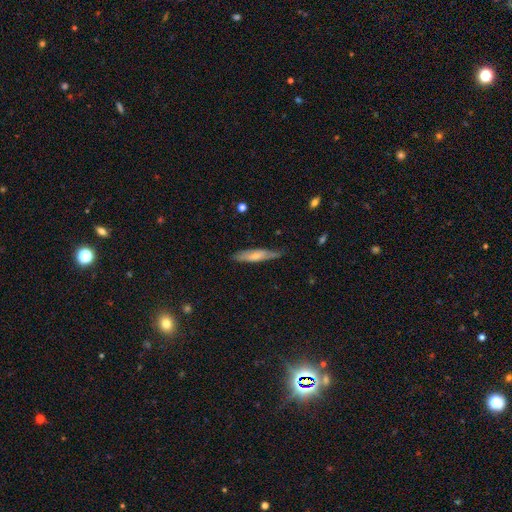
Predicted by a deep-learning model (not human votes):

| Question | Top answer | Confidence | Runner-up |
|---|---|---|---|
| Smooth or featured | smooth | 55% | featured or disk (39%) |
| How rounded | cigar-shaped | 78% | in between (21%) |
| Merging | none | 72% | minor disturbance (22%) |